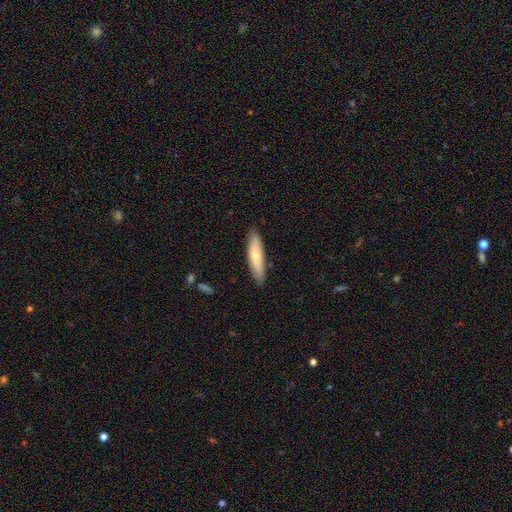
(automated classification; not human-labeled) This is likely a smooth galaxy (65%). How rounded: likely cigar-shaped (74%). Merging: clearly none (84%).